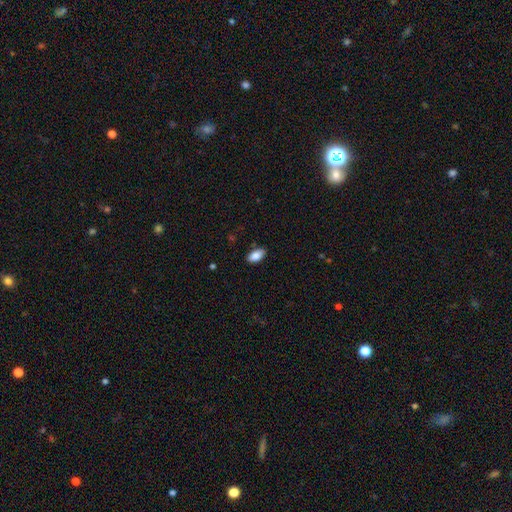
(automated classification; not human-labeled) Smooth or featured? Predicted: smooth (p=0.87). How rounded? Predicted: in between (p=0.93). Merging? Predicted: none (p=0.86).